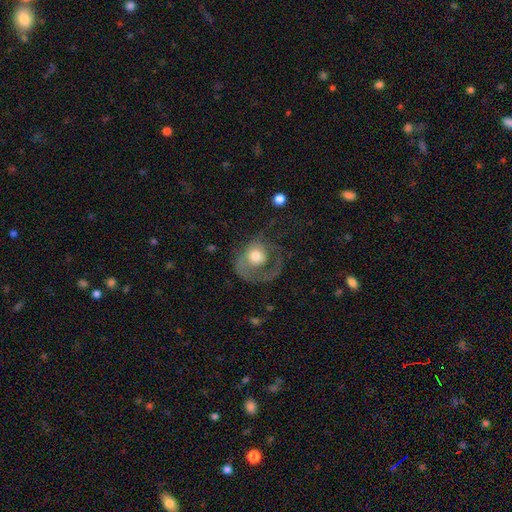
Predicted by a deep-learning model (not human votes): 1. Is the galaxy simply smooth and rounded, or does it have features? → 49% featured or disk, 43% smooth, 7% star or artifact.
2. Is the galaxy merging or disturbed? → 49% major disturbance, 31% none, 17% minor disturbance, 3% merger.